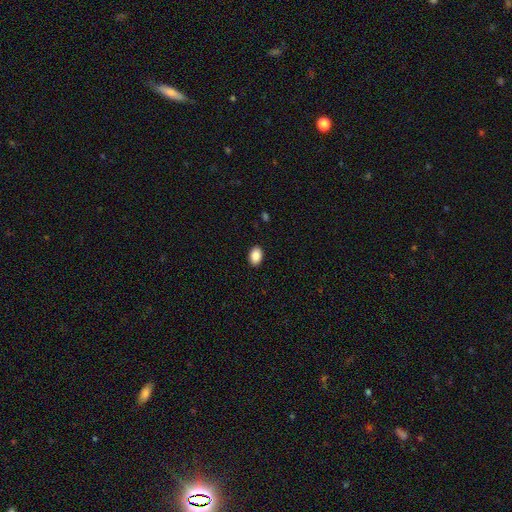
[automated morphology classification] smooth_or_featured: smooth (p=0.89) [alt: star or artifact p=0.08]
how_rounded: in between (p=0.83) [alt: round p=0.15]
merging: none (p=0.90) [alt: minor disturbance p=0.07]